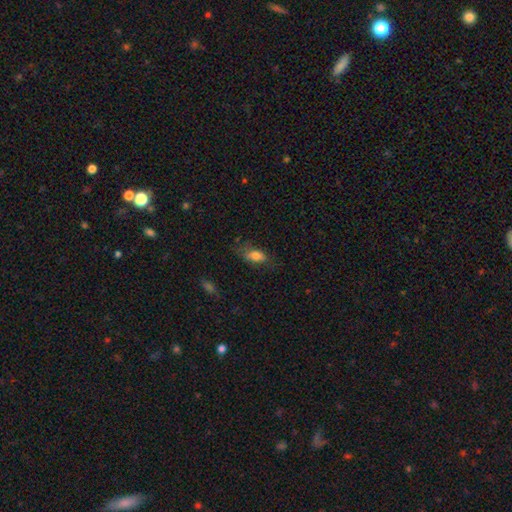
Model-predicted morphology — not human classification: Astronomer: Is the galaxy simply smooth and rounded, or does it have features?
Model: smooth — 77%.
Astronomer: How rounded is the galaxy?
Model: in between — 84%.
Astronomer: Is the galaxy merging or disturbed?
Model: none — 61%.